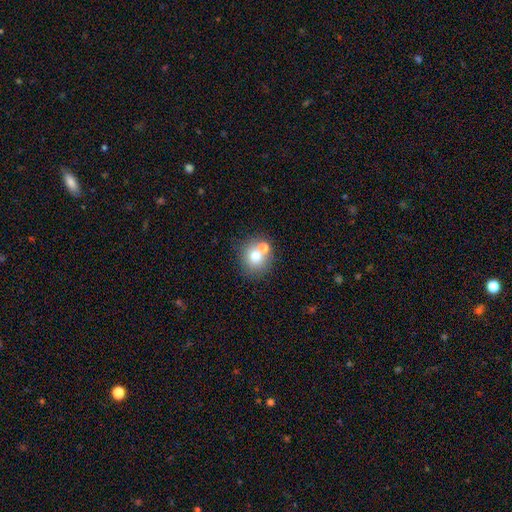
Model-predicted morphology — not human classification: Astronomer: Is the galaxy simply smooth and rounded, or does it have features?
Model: smooth — 69%.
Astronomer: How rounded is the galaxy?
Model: round — 84%.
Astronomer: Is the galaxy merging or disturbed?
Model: none — 58%.